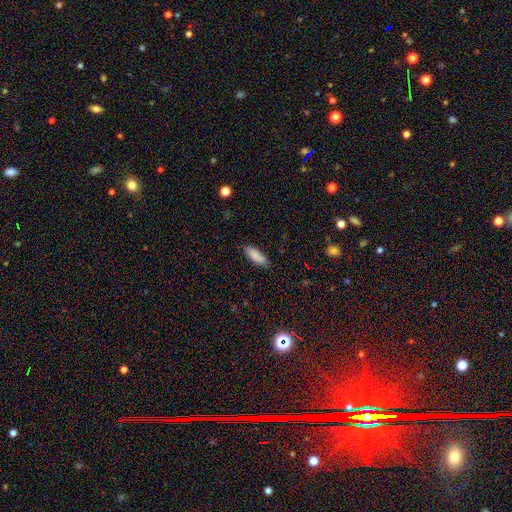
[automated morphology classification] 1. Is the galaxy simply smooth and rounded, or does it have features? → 87% smooth, 7% star or artifact, 7% featured or disk.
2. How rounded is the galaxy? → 64% in between, 35% cigar-shaped, 2% round.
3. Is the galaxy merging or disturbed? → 83% none, 13% minor disturbance, 2% major disturbance, 1% merger.